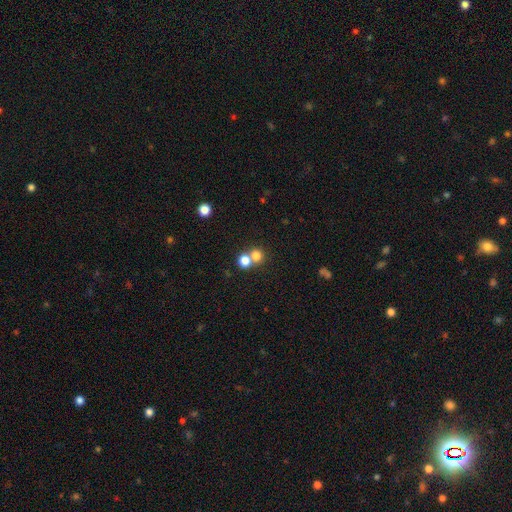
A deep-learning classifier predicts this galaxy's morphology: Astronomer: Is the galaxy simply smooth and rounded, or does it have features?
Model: smooth — 77%.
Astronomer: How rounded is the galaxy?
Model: round — 81%.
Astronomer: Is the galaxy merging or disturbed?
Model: merger — 49% (runner-up: none, 43%).